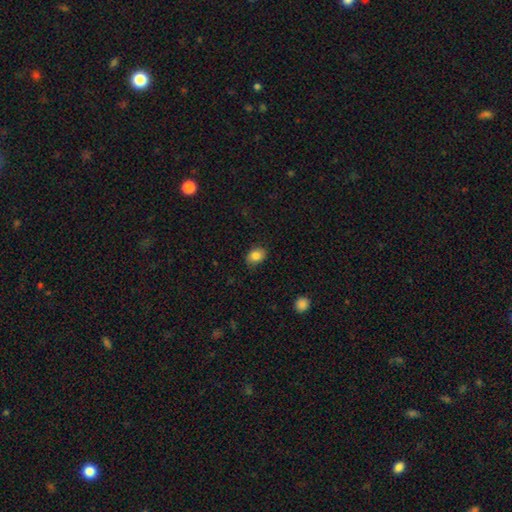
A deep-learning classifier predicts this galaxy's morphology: smooth-or-featured: smooth: 84% | star or artifact: 9% | featured or disk: 7%
  how-rounded: in between: 65% | round: 34% | cigar-shaped: 1%
  merging: none: 82% | minor disturbance: 14% | major disturbance: 3% | merger: 1%